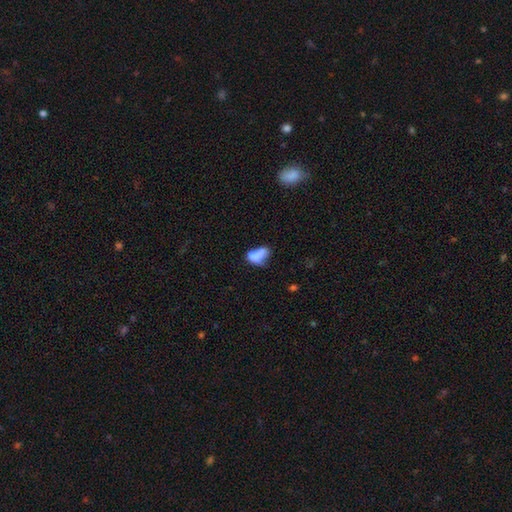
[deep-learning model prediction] Smooth or featured? Predicted: smooth (p=0.65). How rounded? Predicted: in between (p=0.78). Merging? Predicted: merger (p=0.57).